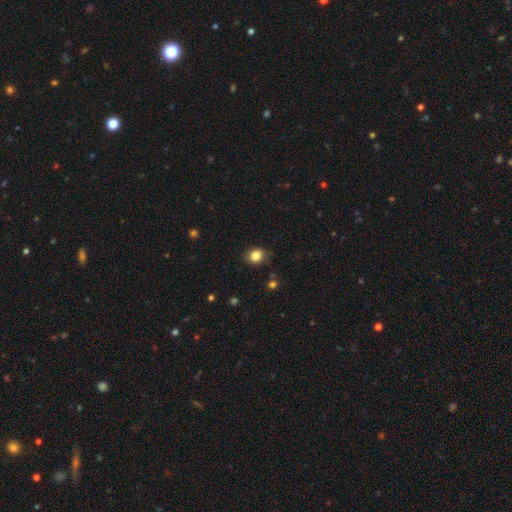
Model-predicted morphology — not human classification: Smooth or featured? Predicted: smooth (p=0.84). How rounded? Predicted: round (p=0.60). Merging? Predicted: none (p=0.81).